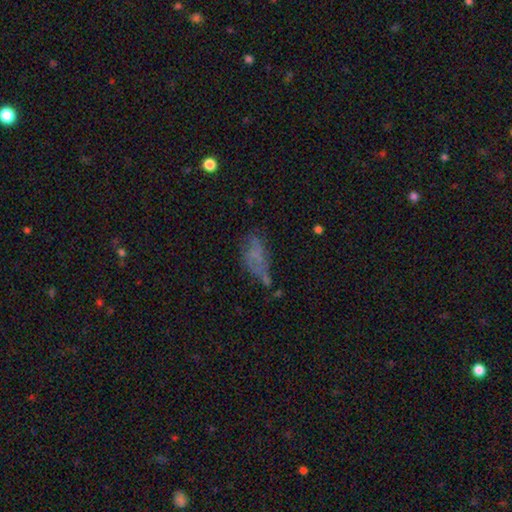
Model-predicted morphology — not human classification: Smooth or featured? Predicted: smooth (p=0.48). Merging? Predicted: none (p=0.36).